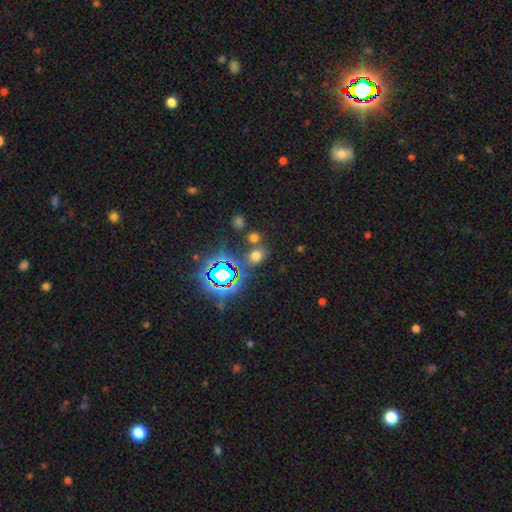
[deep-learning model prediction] Smooth or featured? smooth (58%)
How rounded? round (56%)
Merging? none (70%)